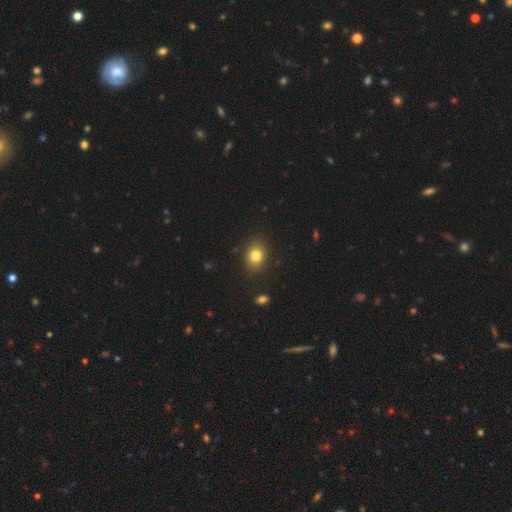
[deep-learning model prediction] This is clearly a smooth galaxy (81%). How rounded: possibly in between (55%). Merging: clearly none (87%).